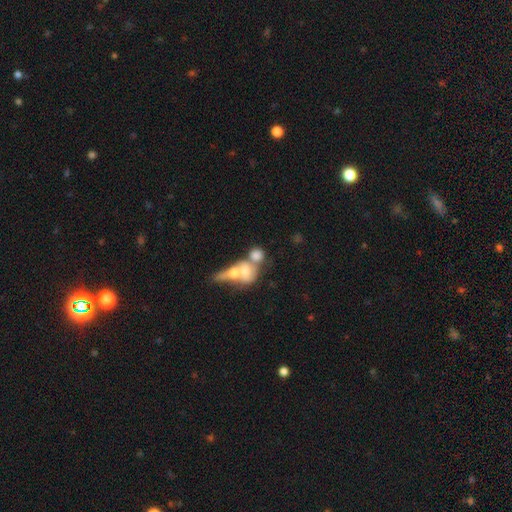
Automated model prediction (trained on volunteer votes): This appears to be a smooth galaxy with no disk features (58%) that is in between round and cigar-shaped (49%). Merging: merger (70%).